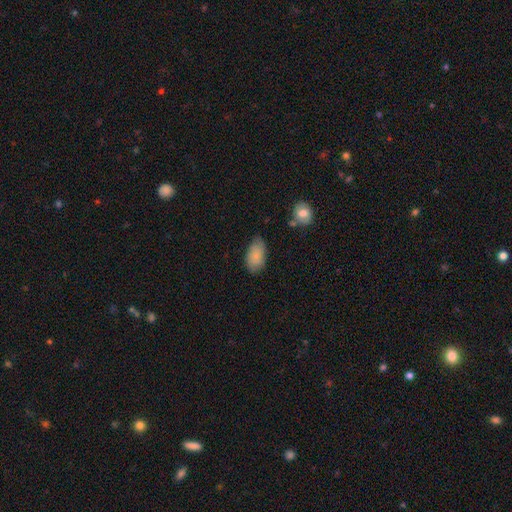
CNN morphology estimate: This is clearly a smooth galaxy (82%). How rounded: clearly in between (94%). Merging: likely none (69%).